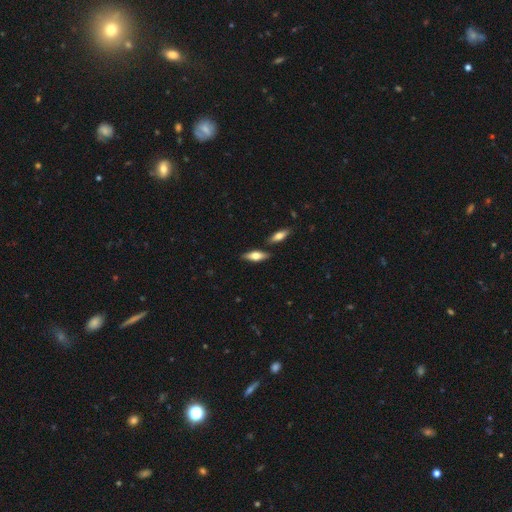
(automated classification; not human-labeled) Smooth or featured? smooth (58%)
How rounded? in between (65%)
Merging? none (79%)